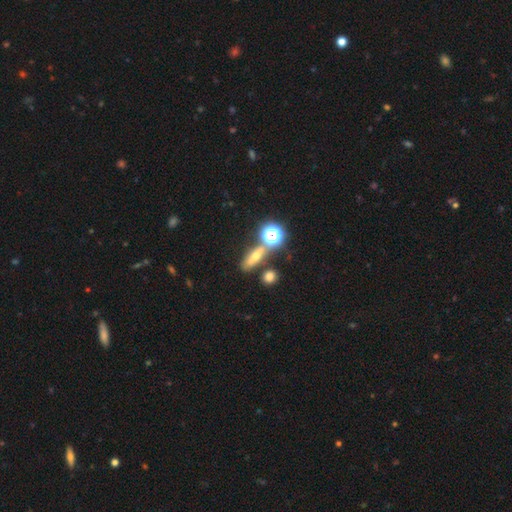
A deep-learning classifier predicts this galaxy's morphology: The model was most divided on "smooth or featured": smooth: 48%, featured or disk: 26%, star or artifact: 25%. More confident: merging — none (69%).